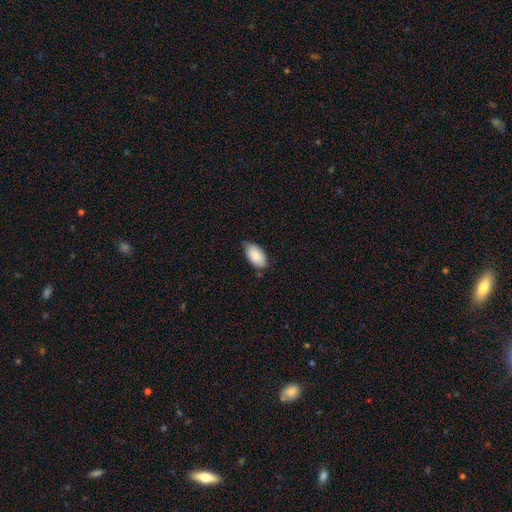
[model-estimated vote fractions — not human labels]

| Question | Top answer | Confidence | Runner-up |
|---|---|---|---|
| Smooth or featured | smooth | 88% | star or artifact (6%) |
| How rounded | in between | 95% | round (3%) |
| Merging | none | 66% | minor disturbance (28%) |